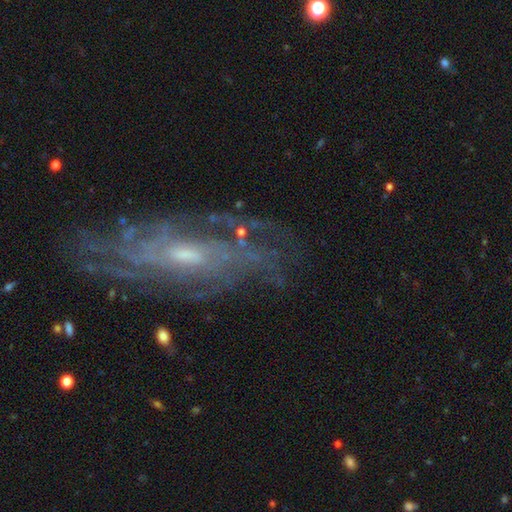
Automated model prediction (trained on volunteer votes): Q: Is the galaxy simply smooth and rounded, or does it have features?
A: featured or disk — 83%.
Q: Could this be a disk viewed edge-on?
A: no — 88%.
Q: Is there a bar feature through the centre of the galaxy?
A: no — 52%.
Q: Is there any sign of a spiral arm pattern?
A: yes — 92%.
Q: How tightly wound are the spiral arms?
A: tight — 60%.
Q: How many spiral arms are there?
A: can't tell — 47%.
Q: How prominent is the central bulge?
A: small — 51%.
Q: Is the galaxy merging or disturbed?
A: none — 74%.